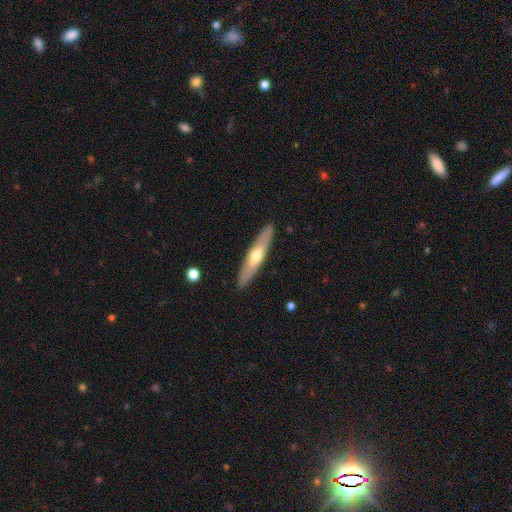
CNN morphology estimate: A featured or disk galaxy (52%) viewed edge-on (78%).

Vote fractions:
- Smooth or featured? featured or disk: 52% / smooth: 43% / star or artifact: 5%
- Edge-on disk? yes: 78% / no: 22%
- Merging? none: 89% / minor disturbance: 8% / major disturbance: 2% / merger: 1%